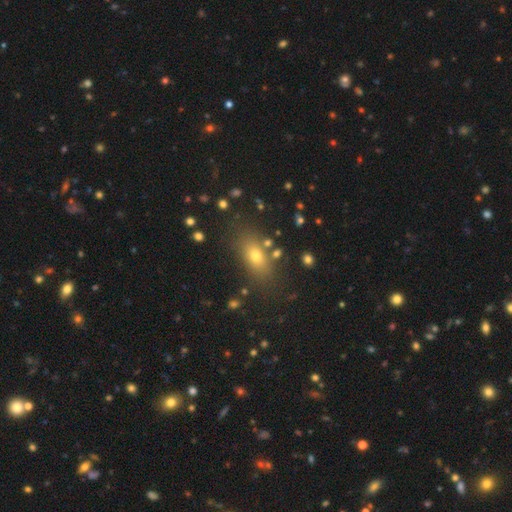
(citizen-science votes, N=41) Smooth or featured? 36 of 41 (88%) said smooth. How rounded? 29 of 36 (81%) said in between. Merging? 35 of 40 (88%) said none.